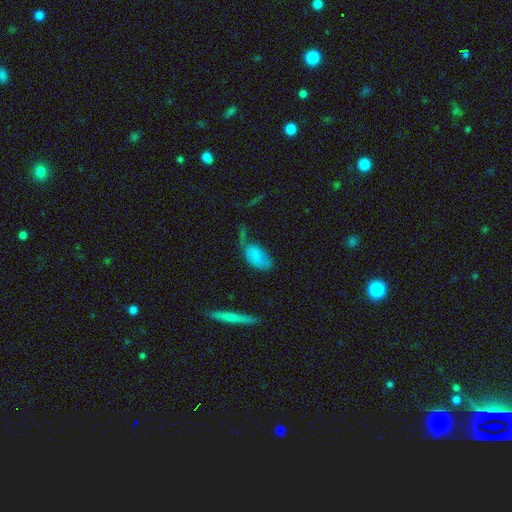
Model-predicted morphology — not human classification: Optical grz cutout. It shows a smooth galaxy with no disk features (78%) that is in between round and cigar-shaped (92%). Merging: none (34%).